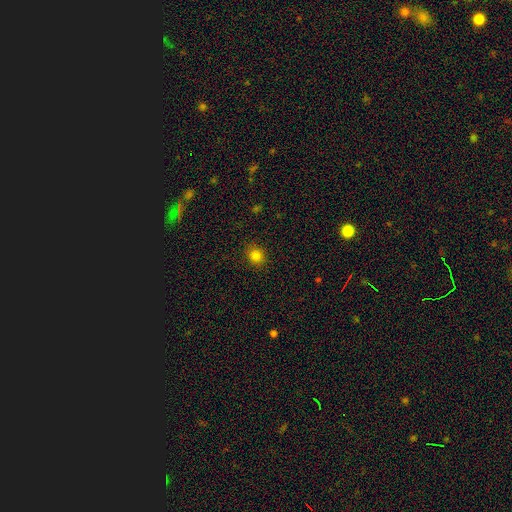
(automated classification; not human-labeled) smooth-or-featured: smooth: 81% | star or artifact: 14% | featured or disk: 5%
  how-rounded: round: 78% | in between: 21% | cigar-shaped: 1%
  merging: none: 90% | minor disturbance: 7% | major disturbance: 2% | merger: 1%